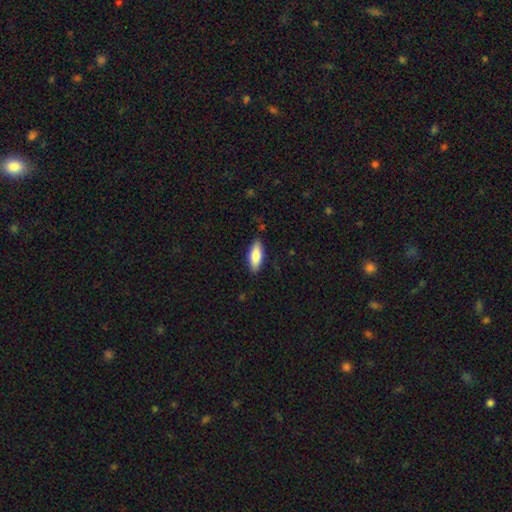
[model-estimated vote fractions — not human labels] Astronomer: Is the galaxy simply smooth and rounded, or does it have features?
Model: smooth — 82%.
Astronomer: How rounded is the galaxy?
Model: in between — 75%.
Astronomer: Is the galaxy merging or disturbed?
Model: none — 86%.